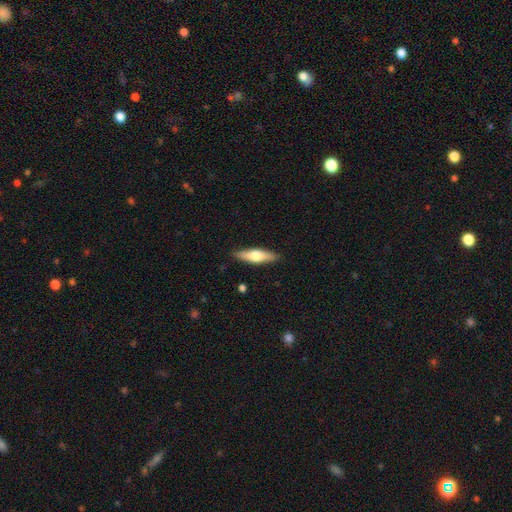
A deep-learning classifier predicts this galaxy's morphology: Overall: smooth (53%; featured or disk 42%). How rounded: cigar-shaped (62%; in between 36%). Merging: none (89%).